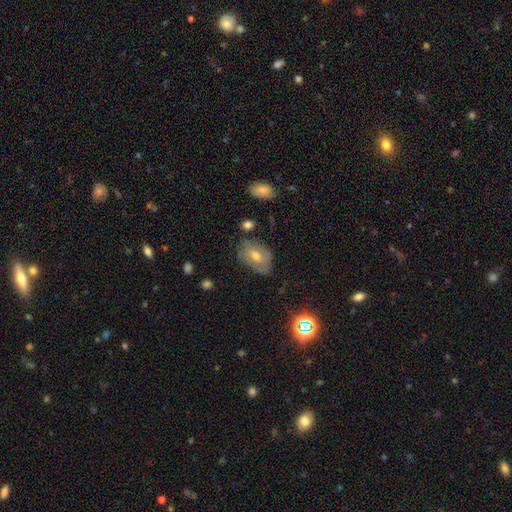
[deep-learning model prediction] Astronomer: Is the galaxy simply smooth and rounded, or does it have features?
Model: featured or disk — 47% (runner-up: smooth, 38%).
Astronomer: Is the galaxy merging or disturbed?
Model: none — 65%.